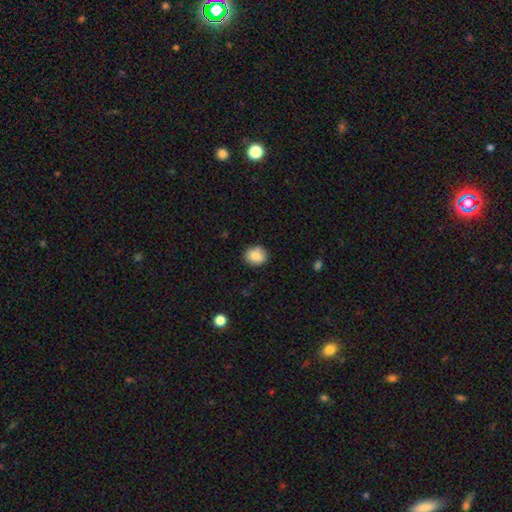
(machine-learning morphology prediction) smooth 85%, star or artifact 8%, featured or disk 6%. Down the decision tree: how rounded — round (69%); merging — none (87%).